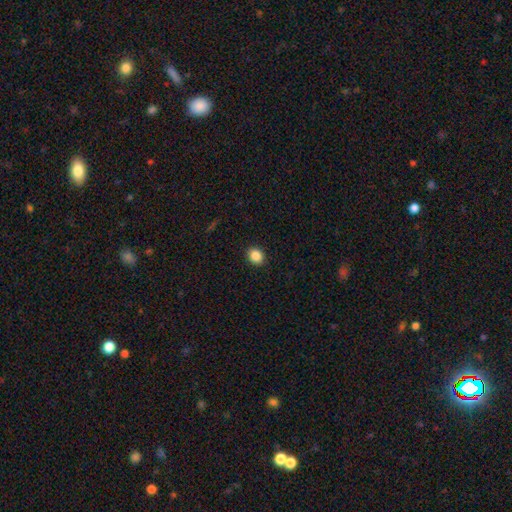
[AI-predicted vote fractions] This is clearly a smooth galaxy (86%). How rounded: likely round (63%). Merging: clearly none (91%).